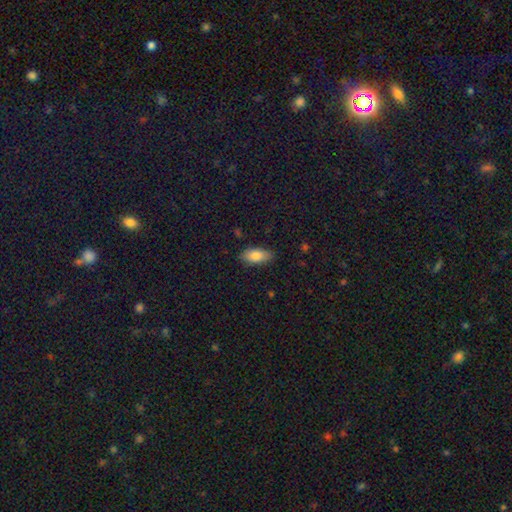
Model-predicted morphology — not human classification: A smooth galaxy with no disk features (83%) that is in between round and cigar-shaped (88%). Merging: none (85%).